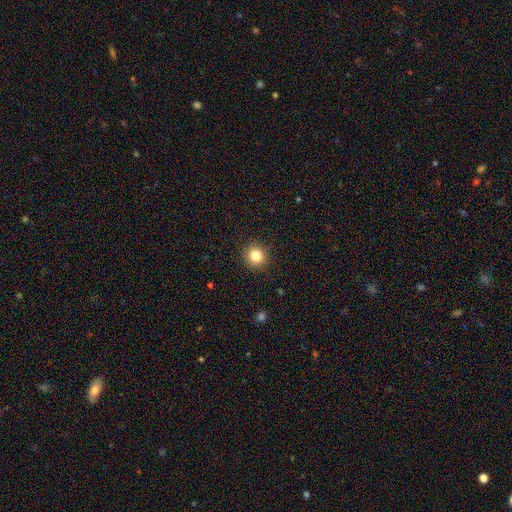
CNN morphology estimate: A smooth galaxy with no disk features (83%) that is round (89%).

Vote fractions:
- Smooth or featured? smooth: 83% / star or artifact: 11% / featured or disk: 6%
- How rounded? round: 89% / in between: 10% / cigar-shaped: 1%
- Merging? none: 91% / minor disturbance: 6% / major disturbance: 2% / merger: 1%